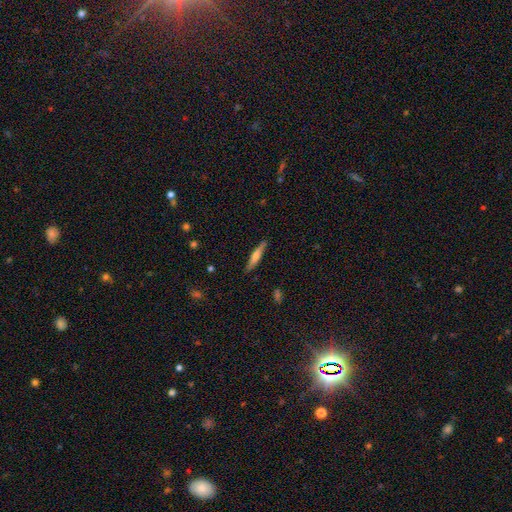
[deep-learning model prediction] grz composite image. It shows a smooth galaxy with no disk features (51%) that is cigar-shaped (90%). Merging: none (88%).